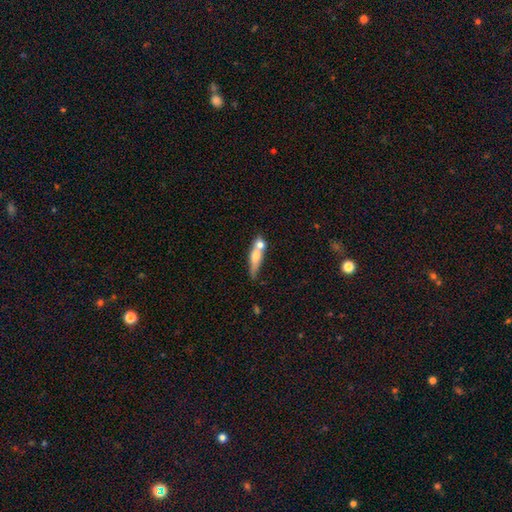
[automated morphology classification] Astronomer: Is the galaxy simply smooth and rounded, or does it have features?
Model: smooth — 57% (runner-up: featured or disk, 36%).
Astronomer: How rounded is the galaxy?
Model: cigar-shaped — 59%.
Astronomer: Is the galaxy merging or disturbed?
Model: merger — 44% (runner-up: none, 36%).